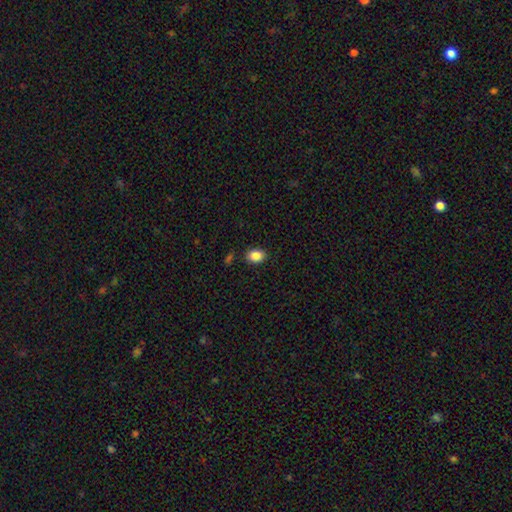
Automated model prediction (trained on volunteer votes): Smooth or featured?
  - smooth: 87% *
  - star or artifact: 9%
  - featured or disk: 4%
How rounded?
  - in between: 71% *
  - round: 27%
  - cigar-shaped: 1%
Merging?
  - none: 85% *
  - minor disturbance: 10%
  - merger: 3%
  - major disturbance: 2%